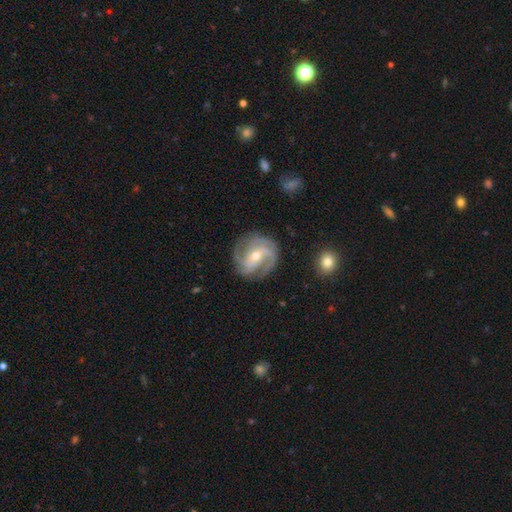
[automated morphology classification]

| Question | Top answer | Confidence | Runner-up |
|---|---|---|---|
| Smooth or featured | featured or disk | 90% | smooth (6%) |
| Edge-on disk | no | 98% | yes (2%) |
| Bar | weak | 43% | no (31%) |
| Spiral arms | yes | 98% | no (2%) |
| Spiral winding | tight | 48% | medium (42%) |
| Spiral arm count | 3 | 47% | 2 (19%) |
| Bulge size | small | 51% | moderate (46%) |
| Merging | none | 81% | minor disturbance (13%) |